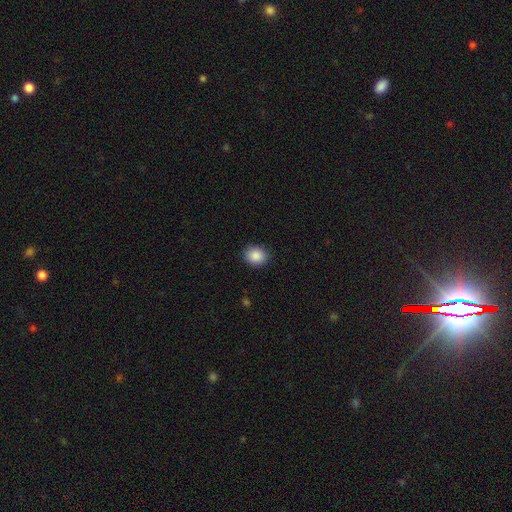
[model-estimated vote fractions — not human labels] Smooth or featured?
  - smooth: 89% *
  - star or artifact: 8%
  - featured or disk: 3%
How rounded?
  - round: 63% *
  - in between: 36%
  - cigar-shaped: 1%
Merging?
  - none: 89% *
  - minor disturbance: 8%
  - major disturbance: 2%
  - merger: 1%